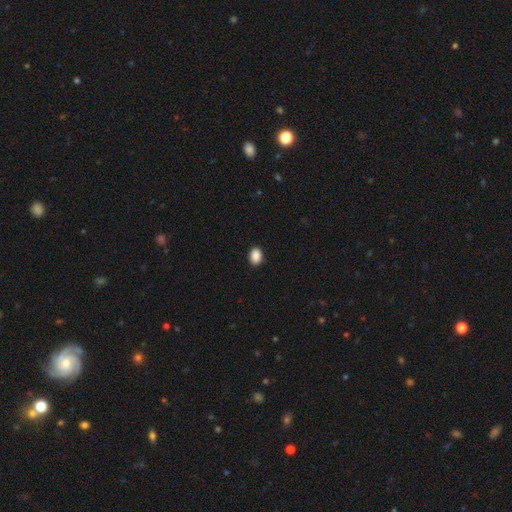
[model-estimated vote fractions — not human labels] Q: Smooth or featured?
A: smooth (90%); runner-up: star or artifact (8%)
Q: How rounded?
A: in between (73%); runner-up: round (26%)
Q: Merging?
A: none (91%); runner-up: minor disturbance (7%)